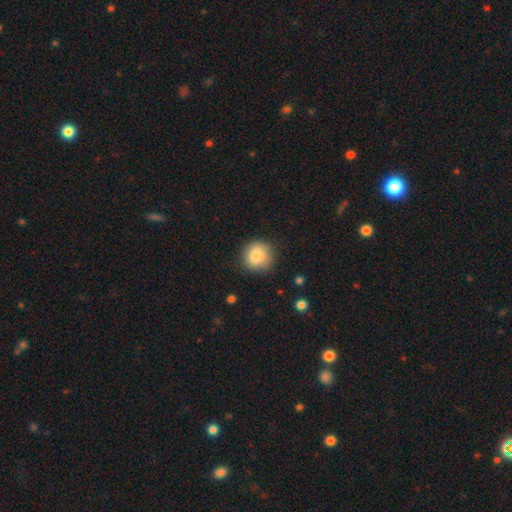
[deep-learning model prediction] Q: Smooth or featured?
A: smooth (84%); runner-up: star or artifact (8%)
Q: How rounded?
A: round (90%); runner-up: in between (9%)
Q: Merging?
A: none (84%); runner-up: minor disturbance (12%)